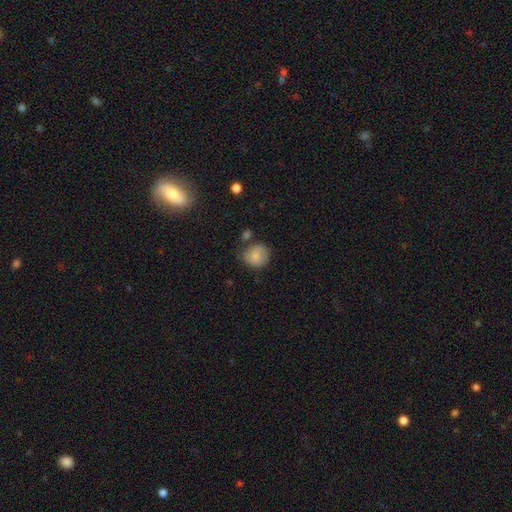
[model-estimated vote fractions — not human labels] smooth_or_featured: smooth (p=0.74) [alt: featured or disk p=0.18]
how_rounded: round (p=0.80) [alt: in between p=0.19]
merging: none (p=0.66) [alt: minor disturbance p=0.21]